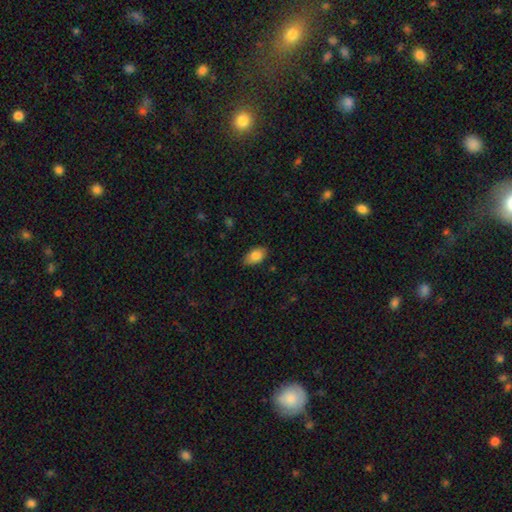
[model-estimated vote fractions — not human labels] Smooth or featured? smooth (83%)
How rounded? in between (92%)
Merging? none (82%)